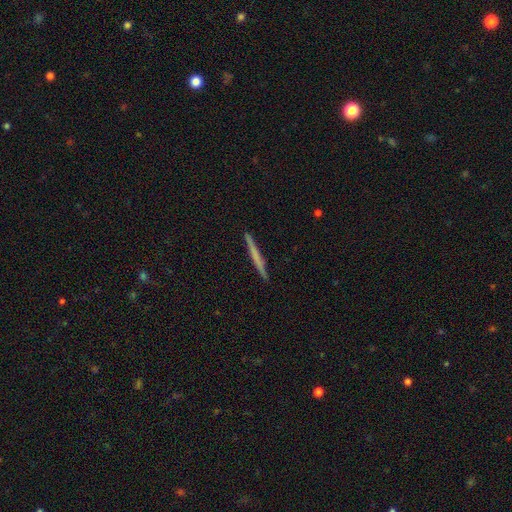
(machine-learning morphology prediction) Smooth or featured? Predicted: smooth (p=0.48). Merging? Predicted: none (p=0.92).